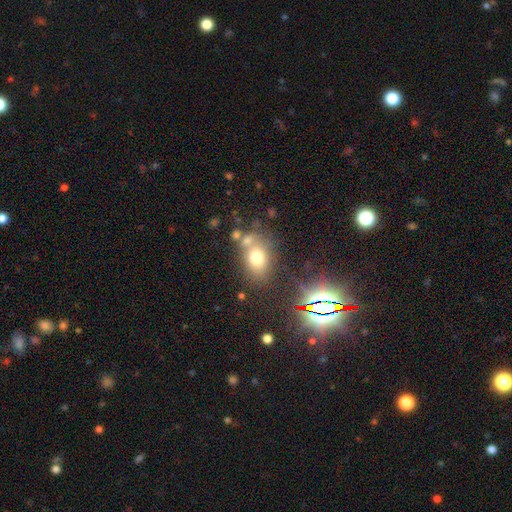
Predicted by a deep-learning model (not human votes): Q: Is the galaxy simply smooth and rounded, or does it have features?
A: smooth — 59%.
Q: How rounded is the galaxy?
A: in between — 67%.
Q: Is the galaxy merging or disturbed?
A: none — 63%.